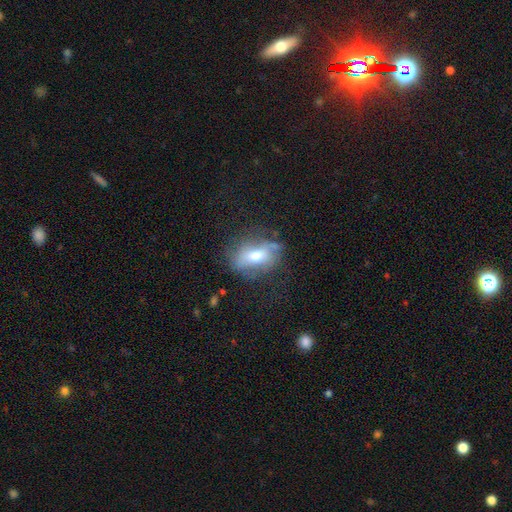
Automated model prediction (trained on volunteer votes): Smooth or featured? smooth (48%)
Merging? none (63%)